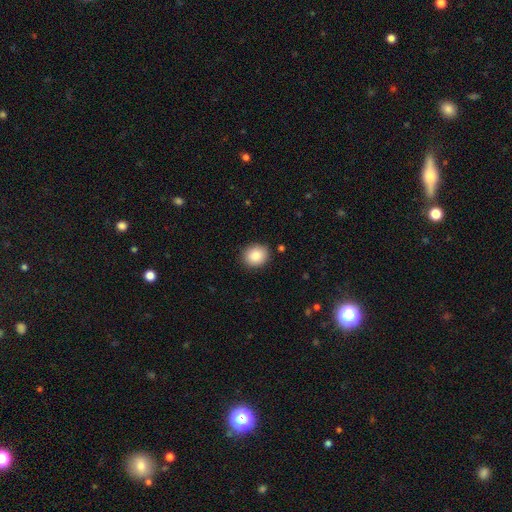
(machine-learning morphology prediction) smooth 87%, star or artifact 8%, featured or disk 5%. Down the decision tree: how rounded — round (69%); merging — none (88%).